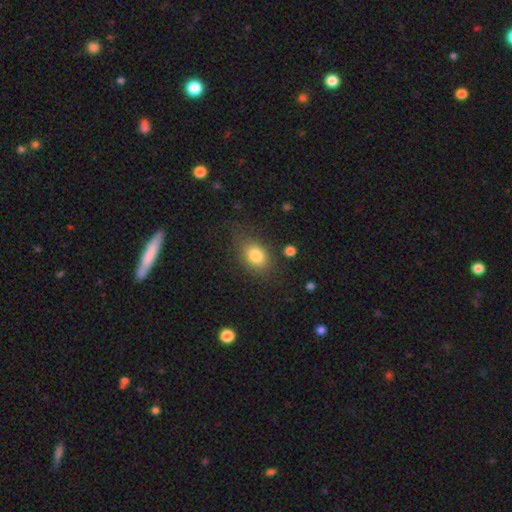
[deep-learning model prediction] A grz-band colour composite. It shows a smooth galaxy with no disk features (81%) that is in between round and cigar-shaped (76%). Merging: none (72%).